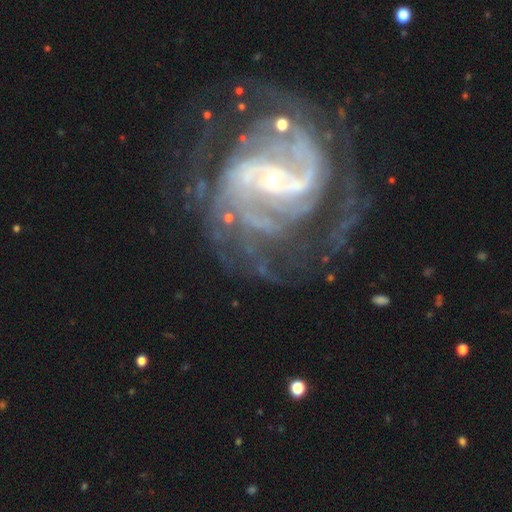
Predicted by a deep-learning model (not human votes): Overall: featured or disk (90%). Edge-on disk: no (98%). Bar: weak (45%; no 29%). Spiral arms: yes (97%). Spiral arm count: 2 (48%; can't tell 18%). Spiral winding: medium (47%; tight 38%). Bulge size: small (75%). Merging: none (63%).